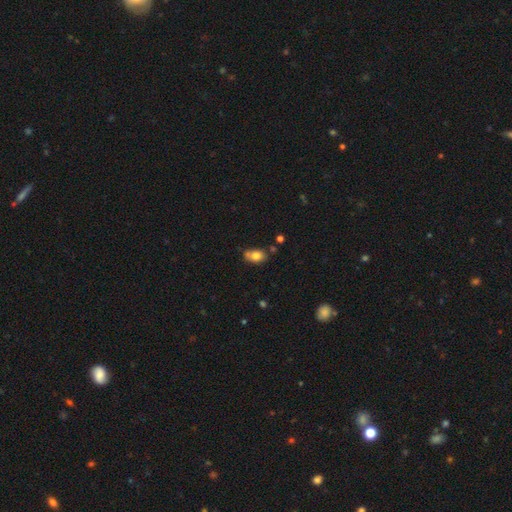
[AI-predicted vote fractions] Smooth or featured? Predicted: smooth (p=0.79). How rounded? Predicted: in between (p=0.85). Merging? Predicted: none (p=0.60).